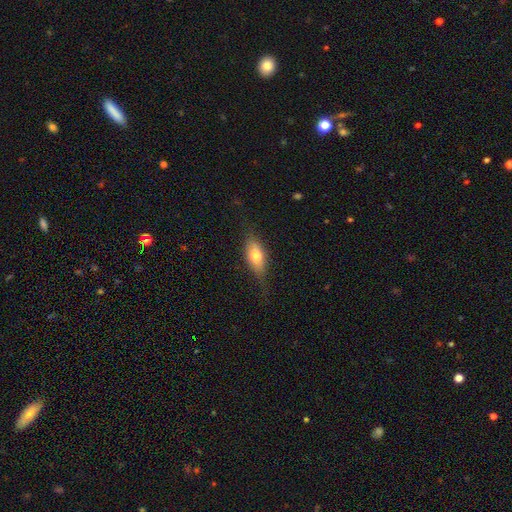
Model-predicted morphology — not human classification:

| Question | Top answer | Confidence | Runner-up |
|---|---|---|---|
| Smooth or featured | smooth | 70% | featured or disk (23%) |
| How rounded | in between | 80% | cigar-shaped (16%) |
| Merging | none | 71% | minor disturbance (21%) |